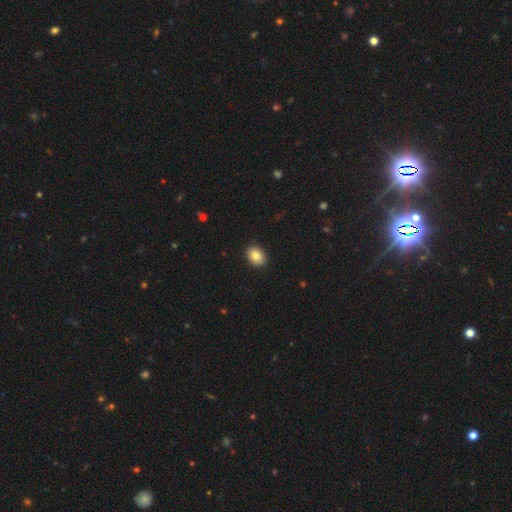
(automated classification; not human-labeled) Smooth or featured: smooth — 85% (star or artifact — 8%)
How rounded: in between — 72% (round — 27%)
Merging: none — 91% (minor disturbance — 7%)